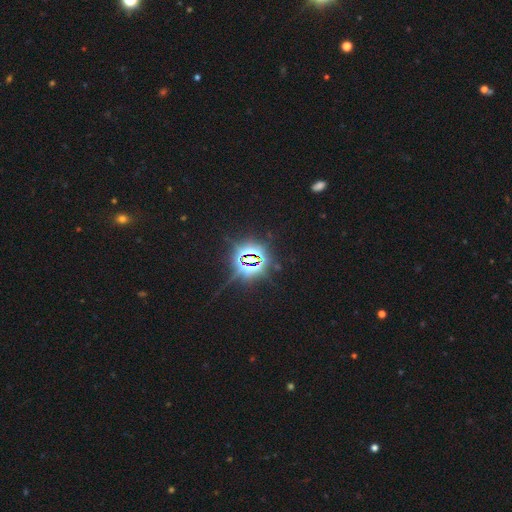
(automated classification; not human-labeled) star or artifact 85%, smooth 8%, featured or disk 6%.